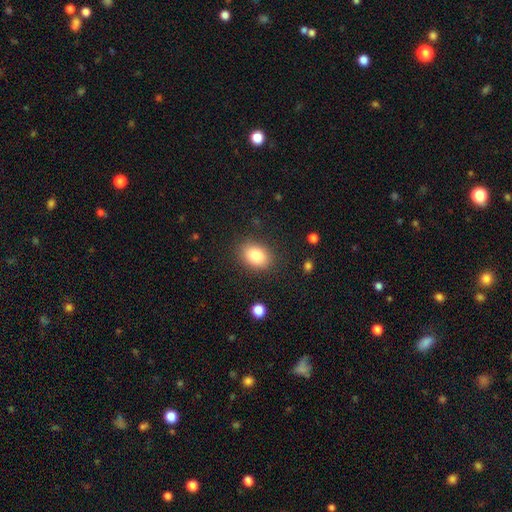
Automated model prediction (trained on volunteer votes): Smooth or featured? Predicted: smooth (p=0.83). How rounded? Predicted: in between (p=0.70). Merging? Predicted: none (p=0.85).